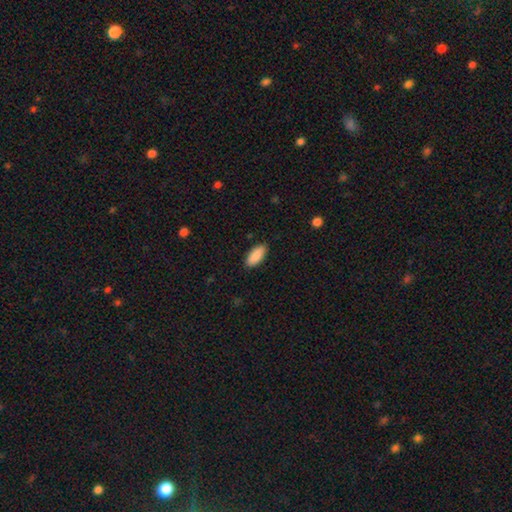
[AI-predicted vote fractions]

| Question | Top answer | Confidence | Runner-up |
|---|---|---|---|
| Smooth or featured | smooth | 90% | star or artifact (6%) |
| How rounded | in between | 88% | cigar-shaped (10%) |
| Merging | none | 88% | minor disturbance (9%) |